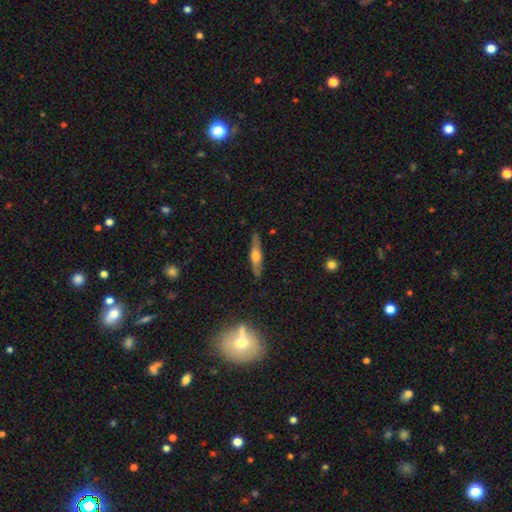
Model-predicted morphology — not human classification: This appears to be a featured or disk galaxy (57%) viewed edge-on (92%) with a rounded central bulge (90%). Merging: none (87%).